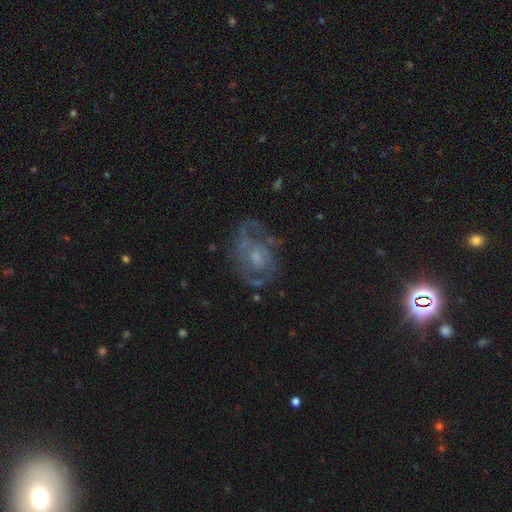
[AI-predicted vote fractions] Smooth or featured? featured or disk (74%)
Edge-on disk? no (97%)
Bar? no (72%)
Spiral arms? yes (69%)
Bulge size? small (47%)
Merging? none (57%)